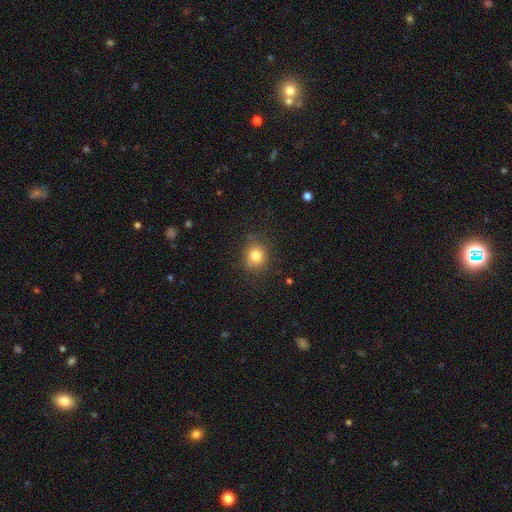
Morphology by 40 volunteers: smooth 85%, star or artifact 12%, featured or disk 2%. Down the decision tree: how rounded — round (82%); merging — none (86%).